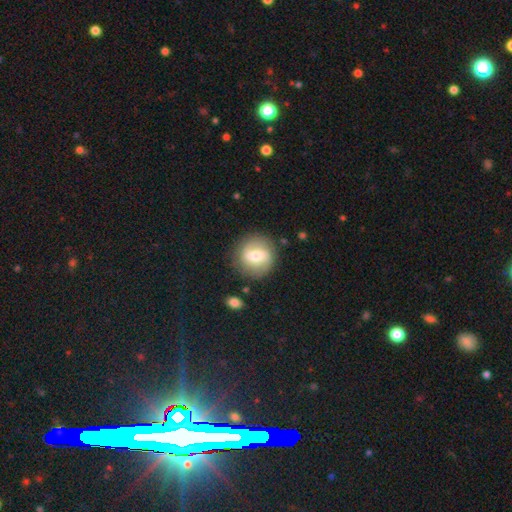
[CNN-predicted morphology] smooth-or-featured: featured or disk: 50% | smooth: 42% | star or artifact: 7%
  disk-edge-on: no: 96% | yes: 4%
  merging: none: 81% | minor disturbance: 12% | major disturbance: 5% | merger: 2%